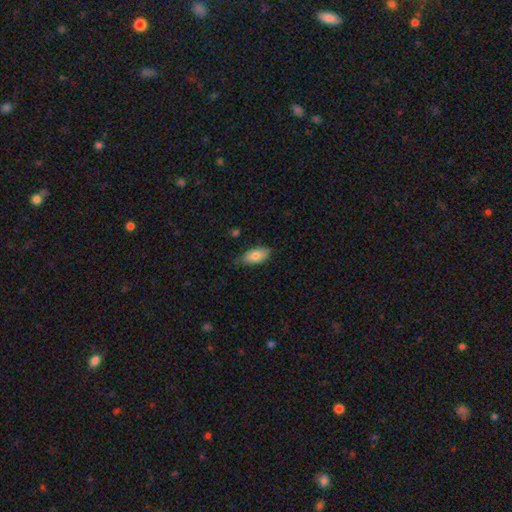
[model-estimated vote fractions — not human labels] smooth-or-featured: smooth: 81% | featured or disk: 13% | star or artifact: 7%
  how-rounded: in between: 90% | cigar-shaped: 8% | round: 3%
  merging: none: 73% | minor disturbance: 22% | major disturbance: 3% | merger: 1%